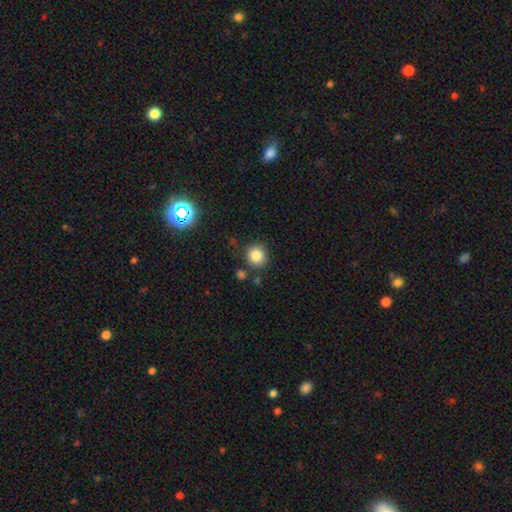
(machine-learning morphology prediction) A smooth galaxy with no disk features (83%) that is round (88%). Merging: none (81%).